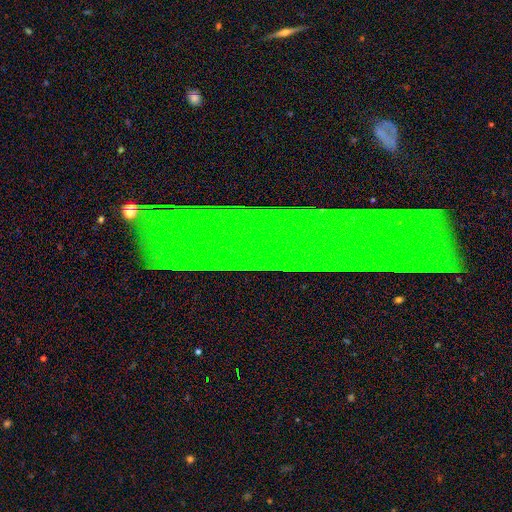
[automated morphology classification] A star or artifact, not a galaxy (68%).

Vote fractions:
- Smooth or featured? star or artifact: 68% / featured or disk: 18% / smooth: 14%